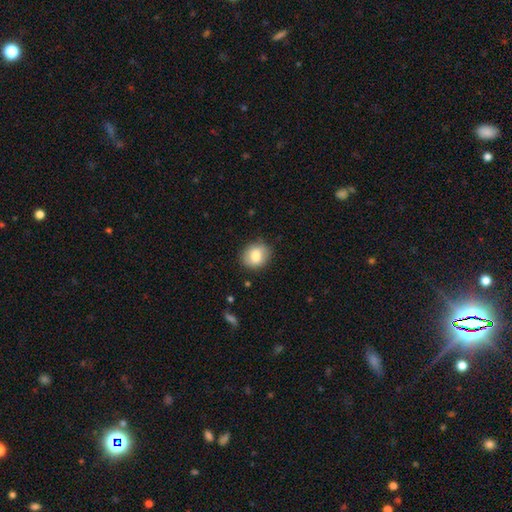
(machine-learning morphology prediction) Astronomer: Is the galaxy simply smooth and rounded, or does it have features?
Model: smooth — 79%.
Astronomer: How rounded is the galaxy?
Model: round — 64%.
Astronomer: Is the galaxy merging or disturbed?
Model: none — 85%.